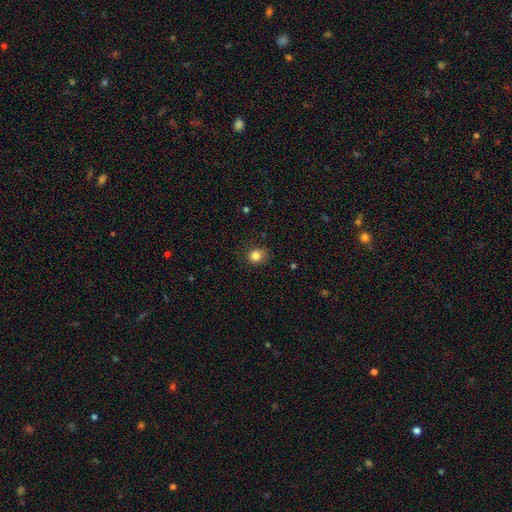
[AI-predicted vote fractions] Smooth or featured? smooth (84%)
How rounded? round (78%)
Merging? none (81%)